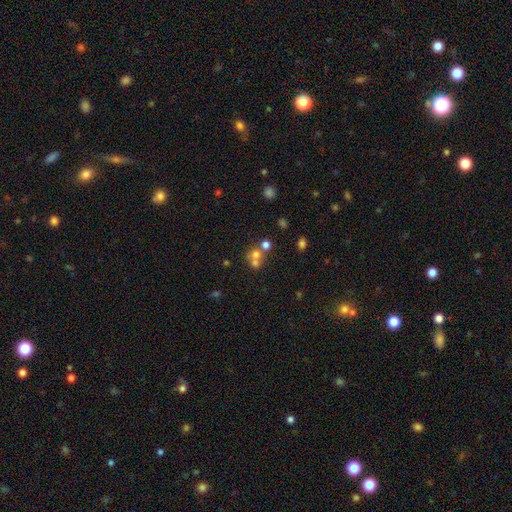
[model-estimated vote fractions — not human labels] smooth 62%, featured or disk 20%, star or artifact 18%. Down the decision tree: how rounded — round (81%); merging — merger (53%).